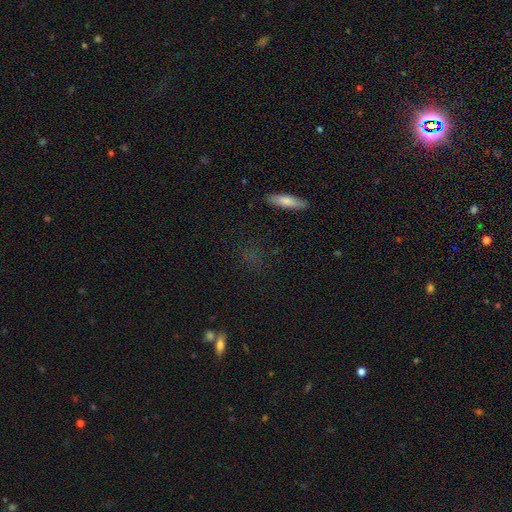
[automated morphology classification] smooth_or_featured: smooth (p=0.44) [alt: star or artifact p=0.33]
merging: none (p=0.81) [alt: minor disturbance p=0.11]